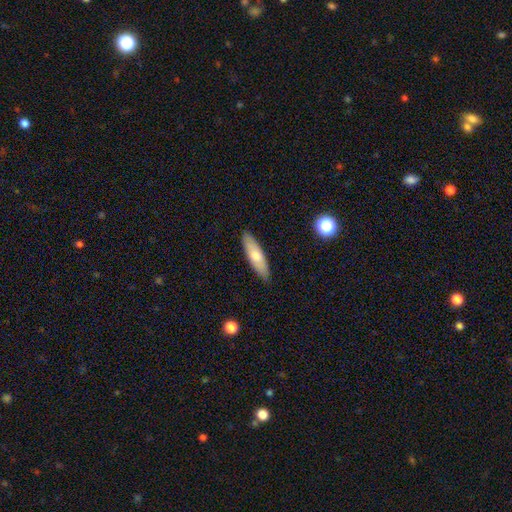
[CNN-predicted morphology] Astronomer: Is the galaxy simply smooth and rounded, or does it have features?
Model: smooth — 65%.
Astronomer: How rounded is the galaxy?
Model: cigar-shaped — 64%.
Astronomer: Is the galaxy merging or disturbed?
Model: none — 89%.